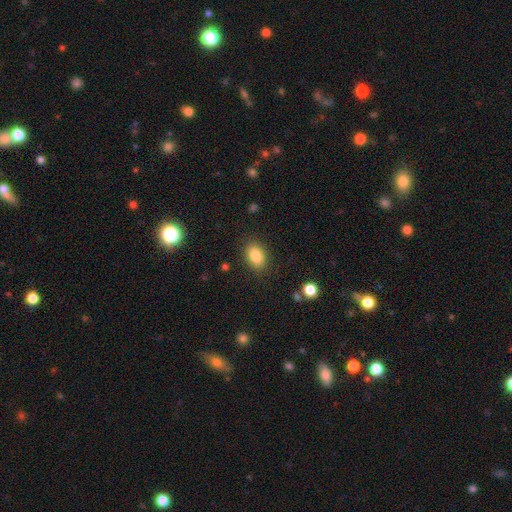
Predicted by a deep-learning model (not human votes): This is clearly a smooth galaxy (85%). How rounded: clearly in between (82%). Merging: clearly none (85%).